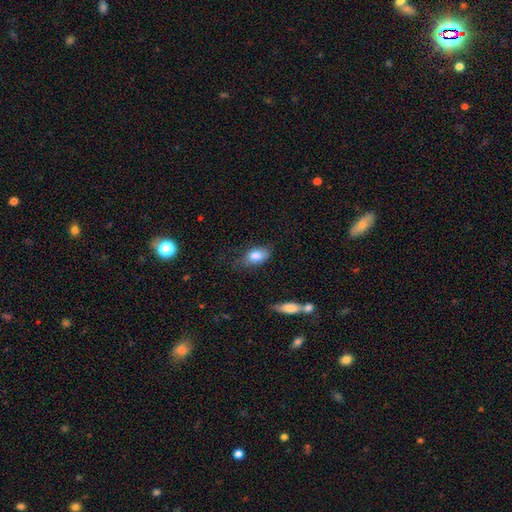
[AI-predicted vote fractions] Smooth or featured: smooth — 82% (featured or disk — 11%)
How rounded: in between — 87% (round — 9%)
Merging: none — 57% (minor disturbance — 29%)